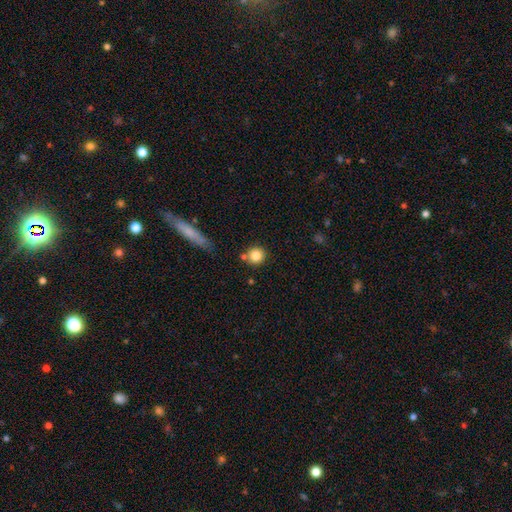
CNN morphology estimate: A smooth galaxy with no disk features (83%) that is round (92%).

Vote fractions:
- Smooth or featured? smooth: 83% / star or artifact: 10% / featured or disk: 8%
- How rounded? round: 92% / in between: 7% / cigar-shaped: 1%
- Merging? none: 74% / merger: 13% / minor disturbance: 10% / major disturbance: 3%